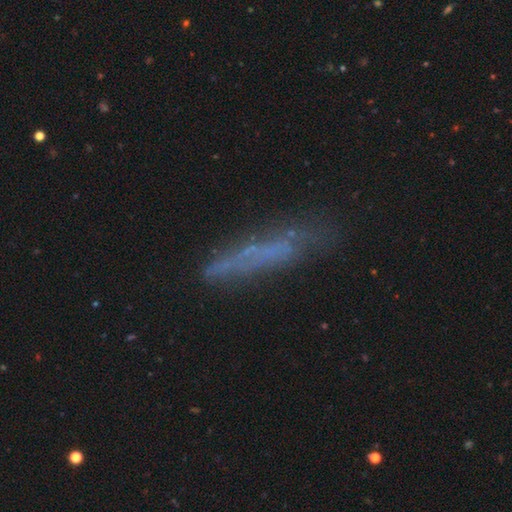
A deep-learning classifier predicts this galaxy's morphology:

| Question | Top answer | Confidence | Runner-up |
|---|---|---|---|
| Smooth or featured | featured or disk | 45% | smooth (41%) |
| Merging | none | 63% | minor disturbance (21%) |